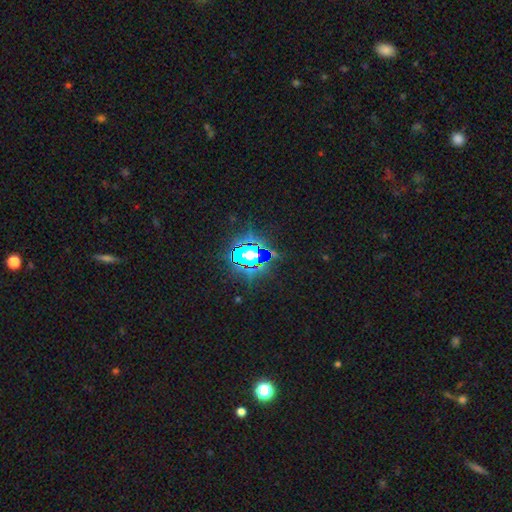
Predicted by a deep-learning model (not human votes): This appears to be a star or artifact, not a galaxy (78%).